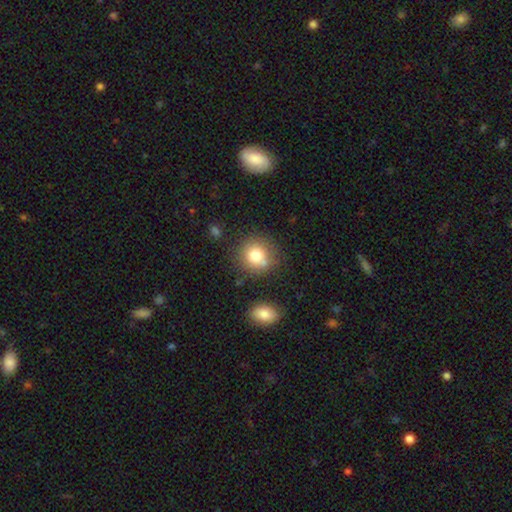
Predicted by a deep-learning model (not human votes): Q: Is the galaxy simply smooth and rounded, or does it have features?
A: smooth — 77%.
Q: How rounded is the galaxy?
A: round — 87%.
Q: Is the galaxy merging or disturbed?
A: none — 70%.